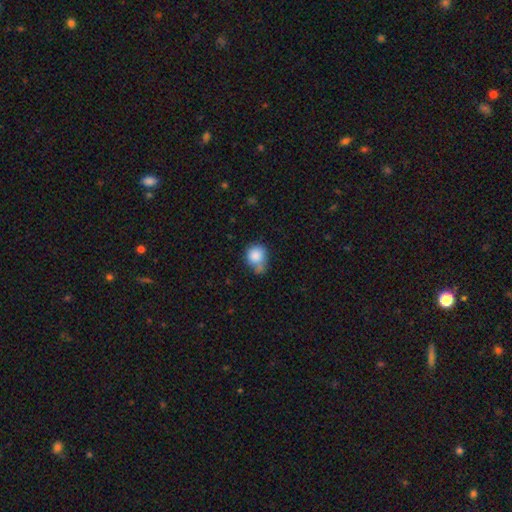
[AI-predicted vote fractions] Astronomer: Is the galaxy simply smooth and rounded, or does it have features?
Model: smooth — 84%.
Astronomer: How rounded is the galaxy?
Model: round — 77%.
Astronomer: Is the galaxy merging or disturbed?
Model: none — 43% (runner-up: minor disturbance, 29%).